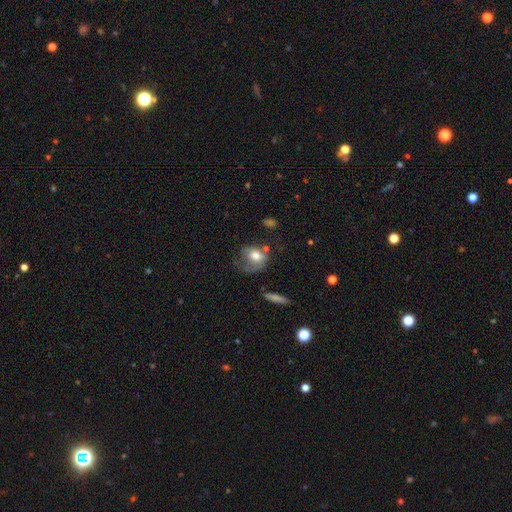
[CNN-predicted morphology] smooth_or_featured: smooth (p=0.62) [alt: featured or disk p=0.30]
how_rounded: in between (p=0.58) [alt: round p=0.41]
merging: major disturbance (p=0.37) [alt: none p=0.29]